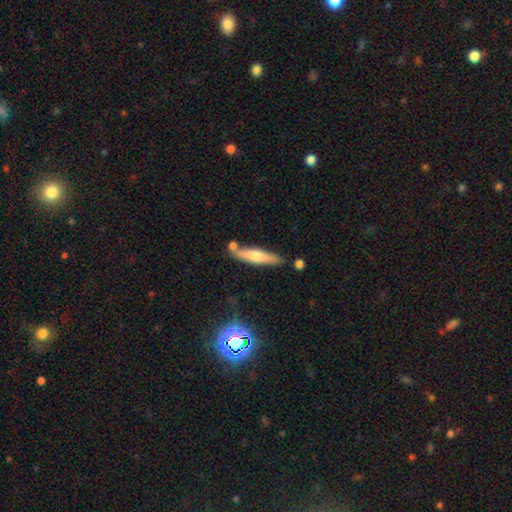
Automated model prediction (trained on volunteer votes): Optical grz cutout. It shows a smooth galaxy with no disk features (55%) that is cigar-shaped (84%). Merging: none (74%).